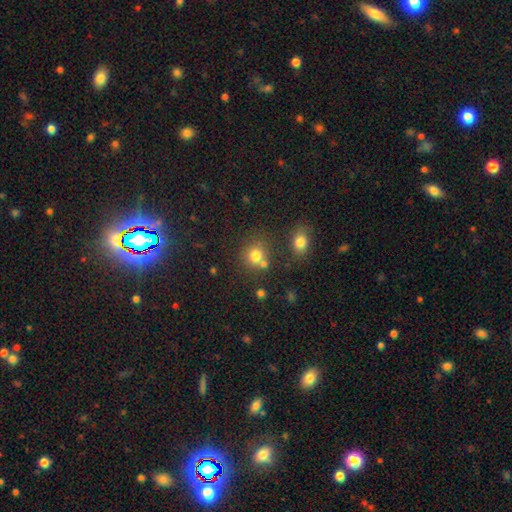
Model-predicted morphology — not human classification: This is likely a smooth galaxy (77%). How rounded: clearly round (83%). Merging: likely none (63%).